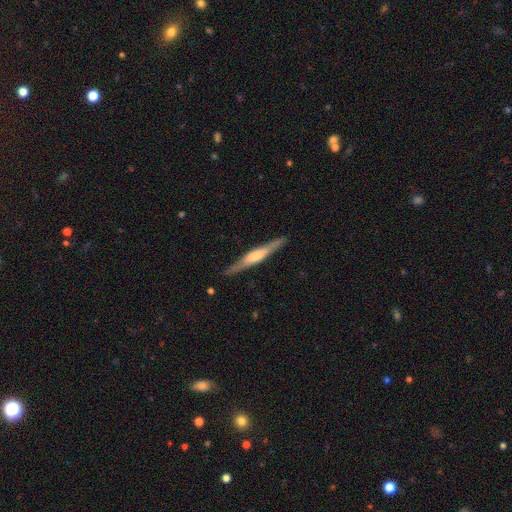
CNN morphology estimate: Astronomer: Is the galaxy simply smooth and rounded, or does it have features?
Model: featured or disk — 69%.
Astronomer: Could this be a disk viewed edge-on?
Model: yes — 96%.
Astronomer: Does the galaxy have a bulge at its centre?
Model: rounded — 49% (runner-up: boxy, 38%).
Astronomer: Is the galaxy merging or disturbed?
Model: none — 87%.